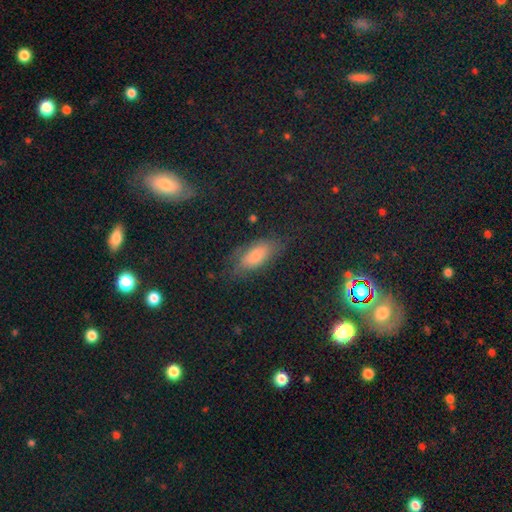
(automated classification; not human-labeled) The model was most divided on "smooth or featured": smooth: 58%, star or artifact: 27%, featured or disk: 15%. More confident: merging — none (80%); how rounded — in between (75%).